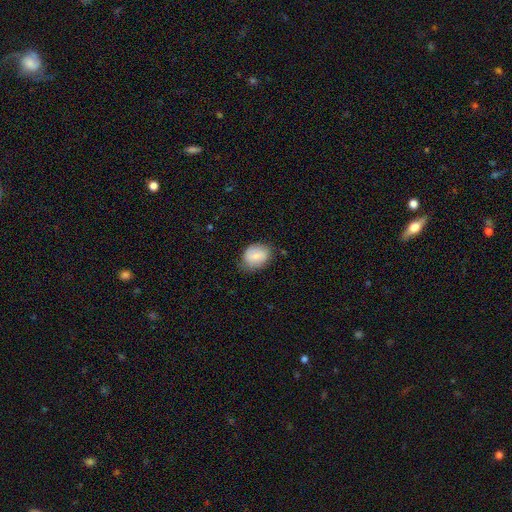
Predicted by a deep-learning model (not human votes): Smooth or featured? smooth (78%)
How rounded? in between (57%)
Merging? none (69%)